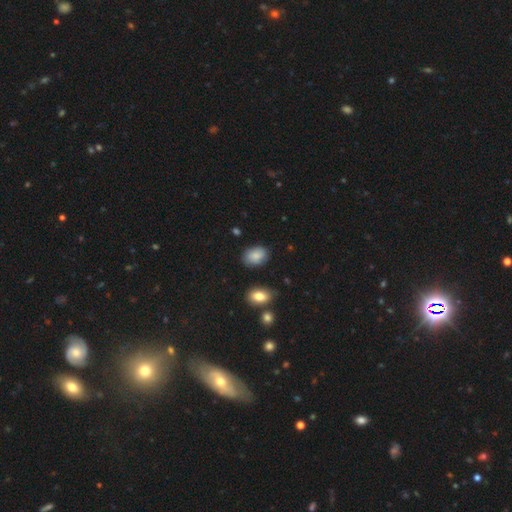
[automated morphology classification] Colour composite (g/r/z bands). It shows a smooth galaxy with no disk features (84%) that is in between round and cigar-shaped (82%). Merging: none (79%).